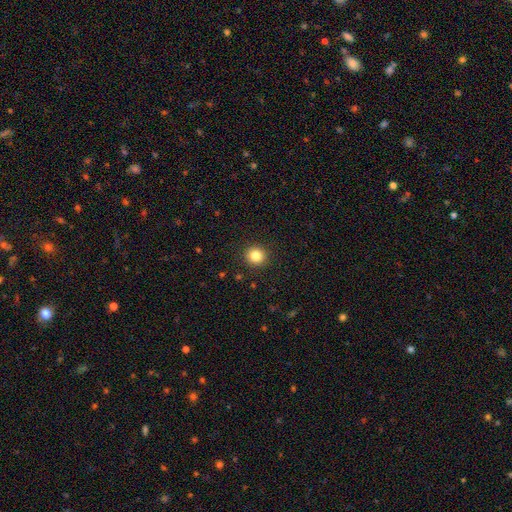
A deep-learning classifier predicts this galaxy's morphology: smooth 83%, star or artifact 11%, featured or disk 6%. Down the decision tree: how rounded — round (93%); merging — none (92%).